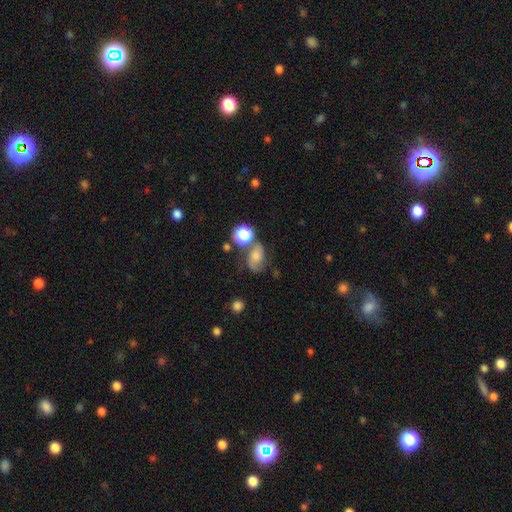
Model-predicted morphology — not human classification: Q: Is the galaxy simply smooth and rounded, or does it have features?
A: featured or disk — 46%.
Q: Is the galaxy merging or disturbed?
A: none — 47%.